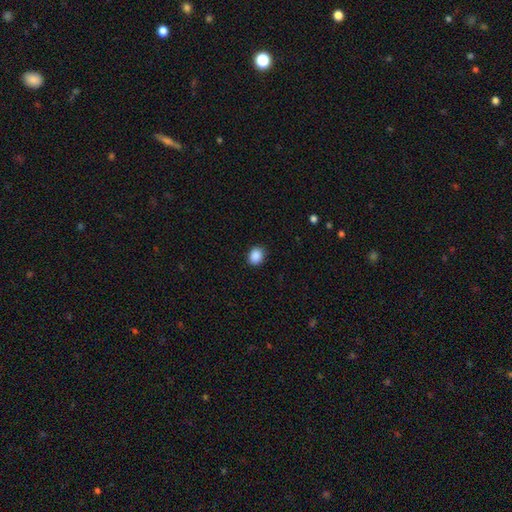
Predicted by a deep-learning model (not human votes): smooth-or-featured: smooth: 89% | star or artifact: 9% | featured or disk: 2%
  how-rounded: round: 61% | in between: 38% | cigar-shaped: 1%
  merging: none: 89% | minor disturbance: 8% | major disturbance: 2% | merger: 1%